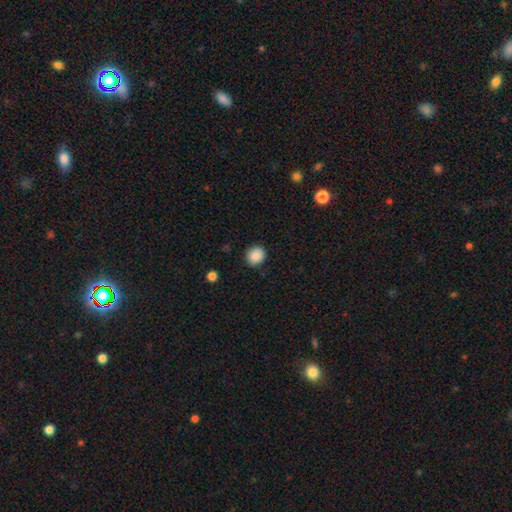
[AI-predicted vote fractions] This is clearly a smooth galaxy (88%). How rounded: clearly round (83%). Merging: clearly none (89%).